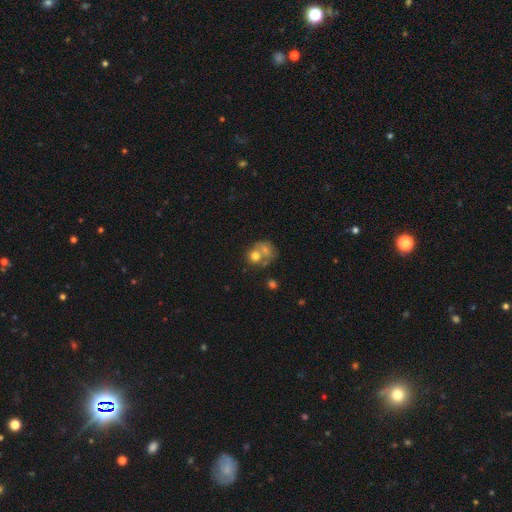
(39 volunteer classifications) Q: Smooth or featured?
A: smooth (64%); runner-up: featured or disk (26%)
Q: How rounded?
A: round (84%); runner-up: in between (16%)
Q: Merging?
A: merger (63%); runner-up: none (31%)